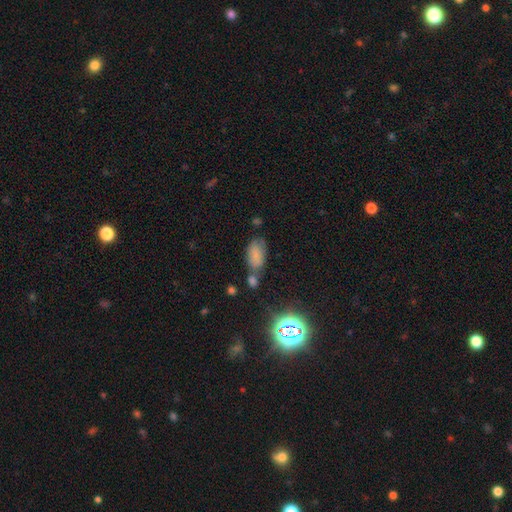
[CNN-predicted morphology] This appears to be a smooth galaxy with no disk features (72%) that is in between round and cigar-shaped (91%). Merging: none (50%).